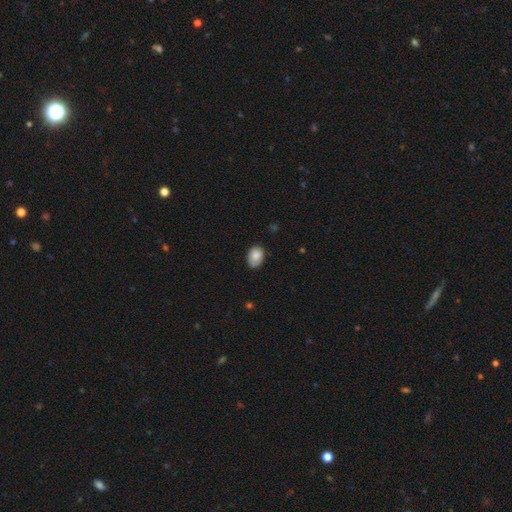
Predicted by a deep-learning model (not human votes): The model was most divided on "merging": none: 75%, minor disturbance: 20%, major disturbance: 3%, merger: 1%. More confident: smooth or featured — smooth (85%); how rounded — in between (78%).